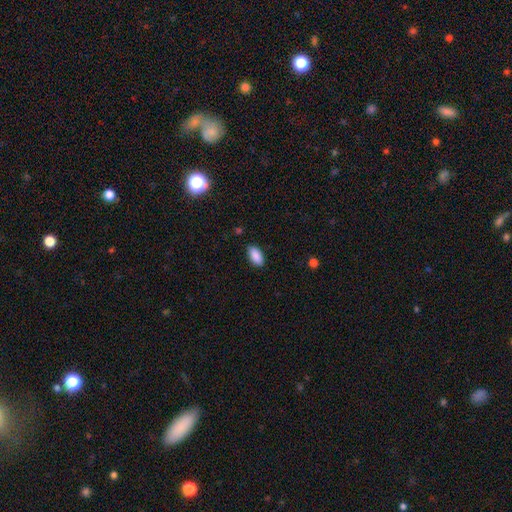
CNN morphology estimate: type=smooth (89%); roundness=in between (92%); merging=none (86%).